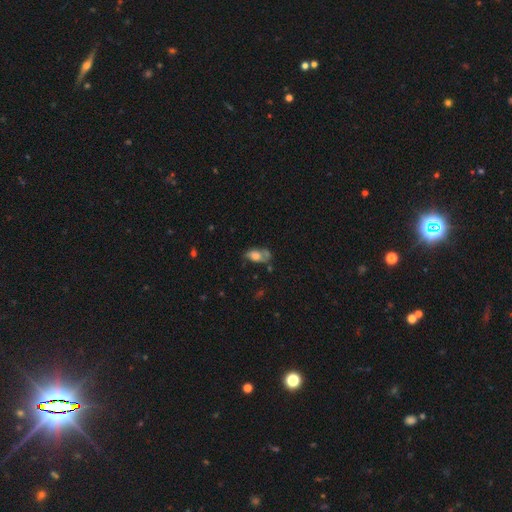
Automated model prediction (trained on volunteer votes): This appears to be a smooth galaxy with no disk features (59%) that is in between round and cigar-shaped (87%). Merging: none (38%).